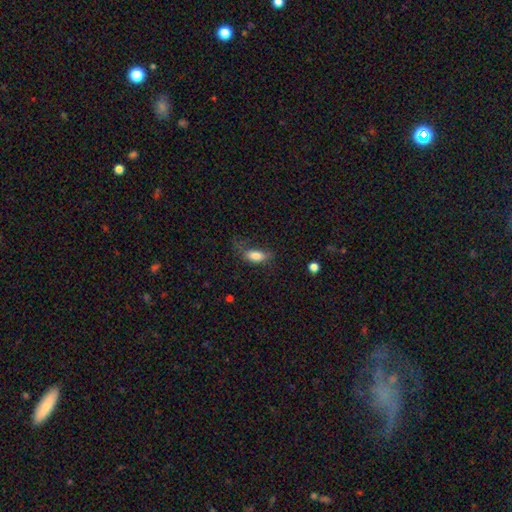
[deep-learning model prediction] A smooth galaxy with no disk features (80%) that is in between round and cigar-shaped (85%). Merging: none (51%).